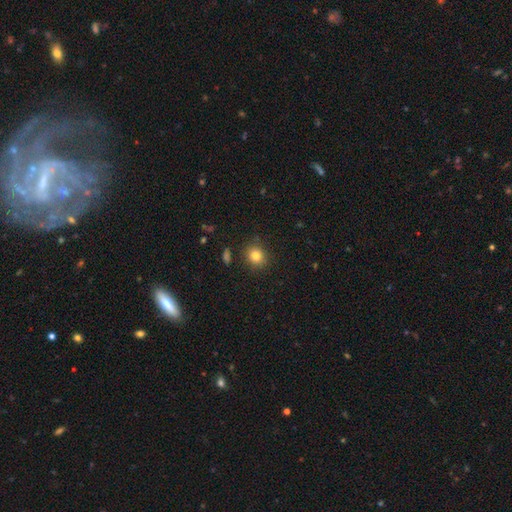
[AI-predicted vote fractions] smooth_or_featured: smooth (p=0.82) [alt: star or artifact p=0.11]
how_rounded: round (p=0.77) [alt: in between p=0.22]
merging: none (p=0.87) [alt: minor disturbance p=0.09]